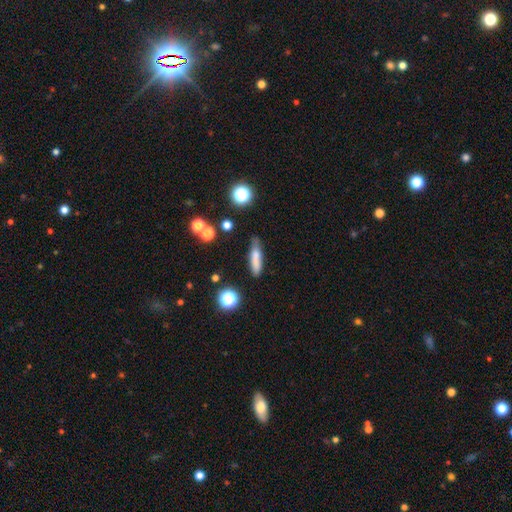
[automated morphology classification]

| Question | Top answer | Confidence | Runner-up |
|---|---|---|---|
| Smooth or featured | smooth | 74% | featured or disk (16%) |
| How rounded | cigar-shaped | 77% | in between (19%) |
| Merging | none | 72% | minor disturbance (19%) |